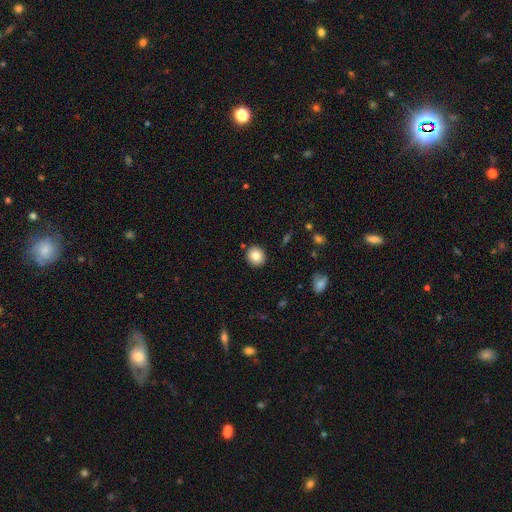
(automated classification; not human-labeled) This is clearly a smooth galaxy (84%). How rounded: clearly round (89%). Merging: clearly none (90%).